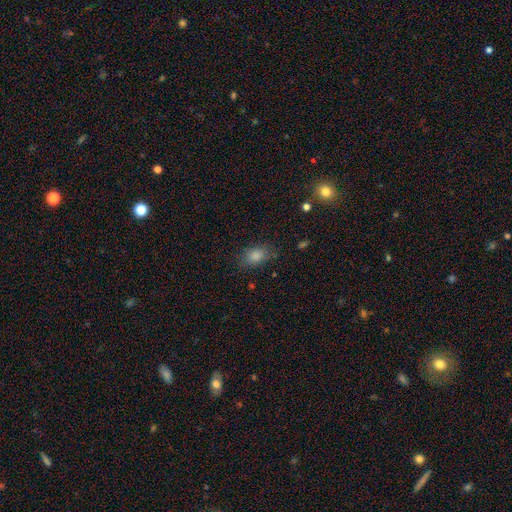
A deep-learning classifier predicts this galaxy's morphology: smooth-or-featured: smooth: 84% | star or artifact: 10% | featured or disk: 6%
  how-rounded: in between: 80% | round: 18% | cigar-shaped: 2%
  merging: none: 79% | minor disturbance: 15% | major disturbance: 5% | merger: 1%